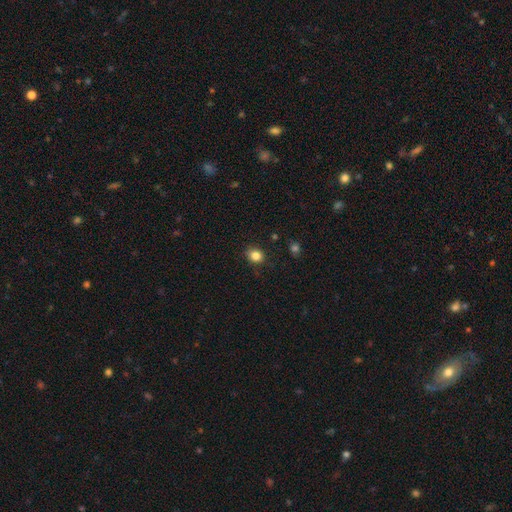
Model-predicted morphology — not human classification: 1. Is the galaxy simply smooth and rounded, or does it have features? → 84% smooth, 11% star or artifact, 5% featured or disk.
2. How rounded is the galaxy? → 65% round, 34% in between, 1% cigar-shaped.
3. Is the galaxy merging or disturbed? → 84% none, 12% minor disturbance, 3% major disturbance, 1% merger.